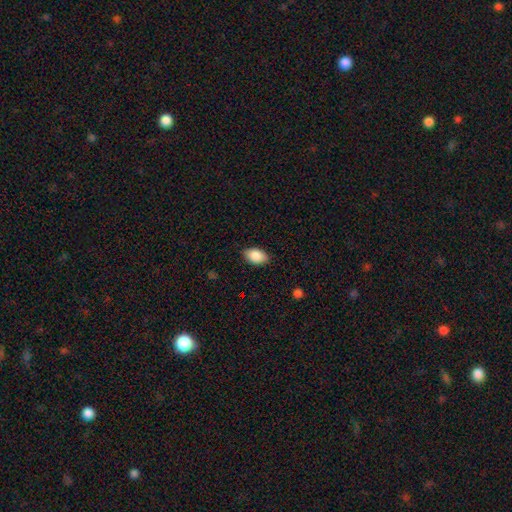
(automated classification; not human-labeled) The model was most divided on "merging": none: 85%, minor disturbance: 12%, major disturbance: 2%, merger: 1%. More confident: how rounded — in between (91%); smooth or featured — smooth (89%).